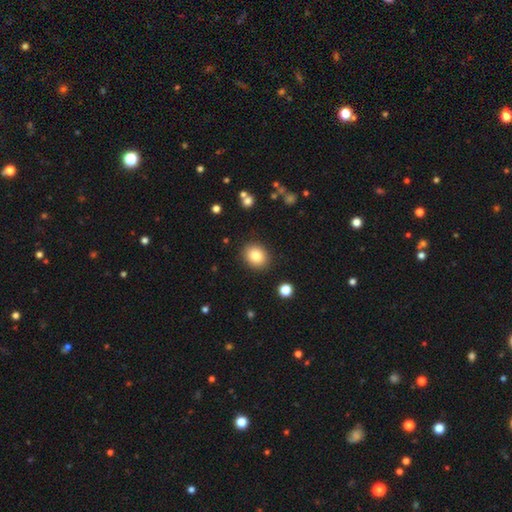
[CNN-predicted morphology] This appears to be a smooth galaxy with no disk features (83%) that is round (60%). Merging: none (88%).